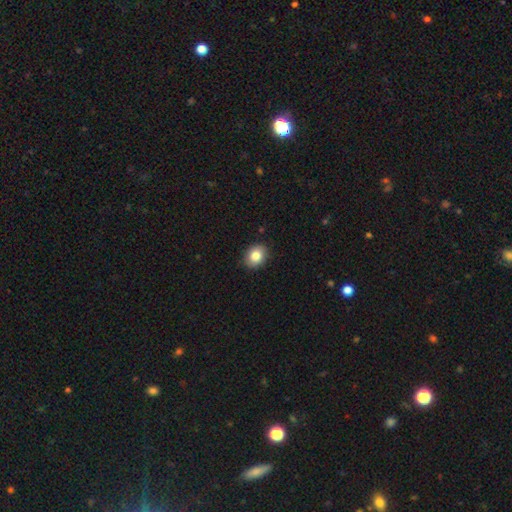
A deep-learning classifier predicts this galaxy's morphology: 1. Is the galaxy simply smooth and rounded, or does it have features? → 84% smooth, 8% star or artifact, 7% featured or disk.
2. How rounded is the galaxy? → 57% in between, 42% round, 1% cigar-shaped.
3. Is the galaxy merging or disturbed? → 89% none, 9% minor disturbance, 2% major disturbance, 1% merger.